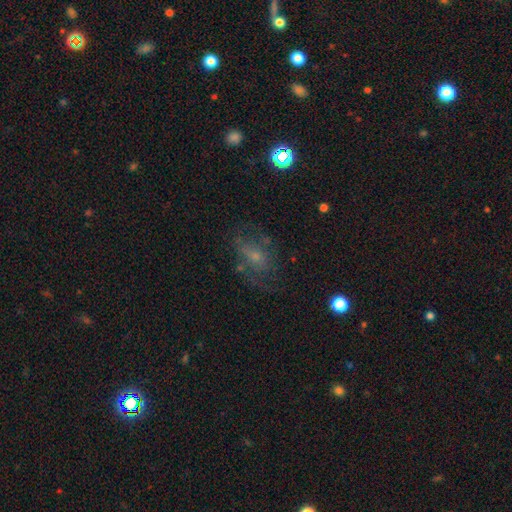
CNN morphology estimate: smooth_or_featured: featured or disk (p=0.46) [alt: smooth p=0.35]
merging: none (p=0.55) [alt: major disturbance p=0.21]